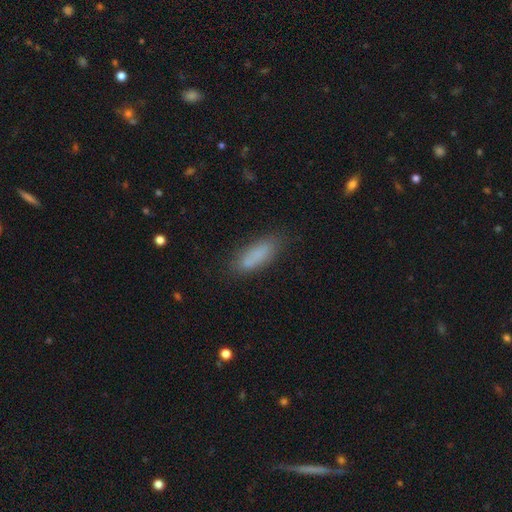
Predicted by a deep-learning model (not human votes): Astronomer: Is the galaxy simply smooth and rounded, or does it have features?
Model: smooth — 82%.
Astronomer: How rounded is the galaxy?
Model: in between — 57% (runner-up: cigar-shaped, 40%).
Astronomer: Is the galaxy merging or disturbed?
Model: none — 75%.